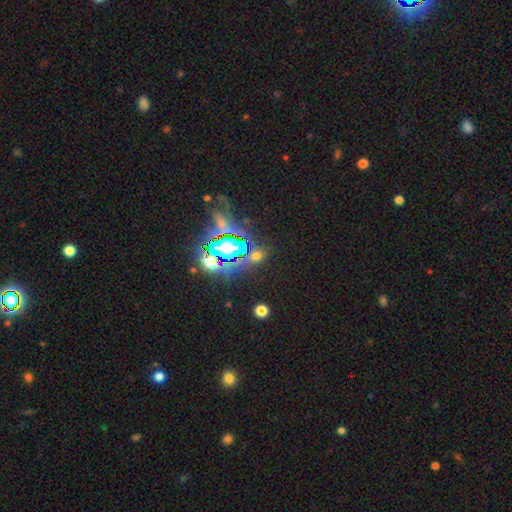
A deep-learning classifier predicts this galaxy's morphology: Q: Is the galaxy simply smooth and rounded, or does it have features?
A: star or artifact — 55%.